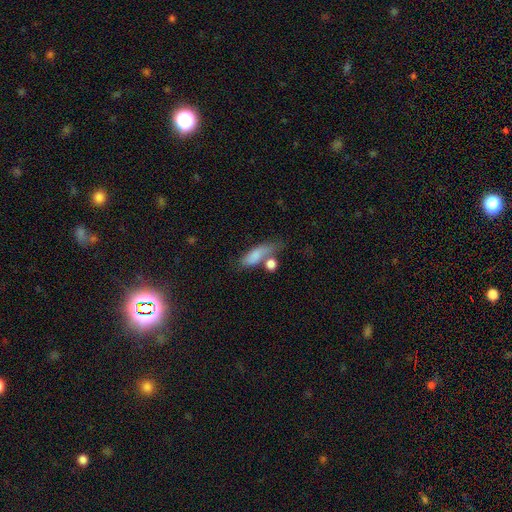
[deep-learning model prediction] Smooth or featured? Predicted: smooth (p=0.76). How rounded? Predicted: in between (p=0.68). Merging? Predicted: none (p=0.37).